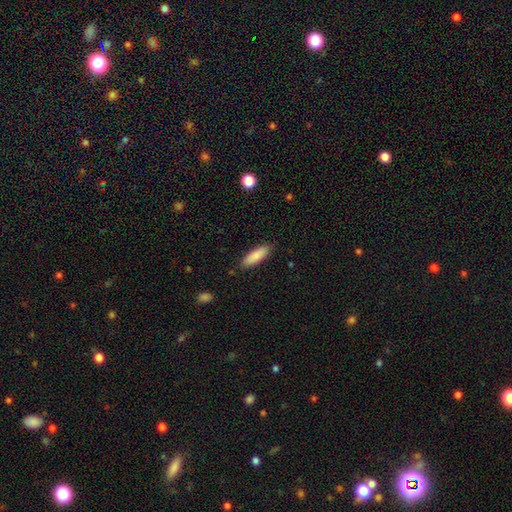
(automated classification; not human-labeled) Smooth or featured? smooth (86%)
How rounded? cigar-shaped (51%)
Merging? none (86%)